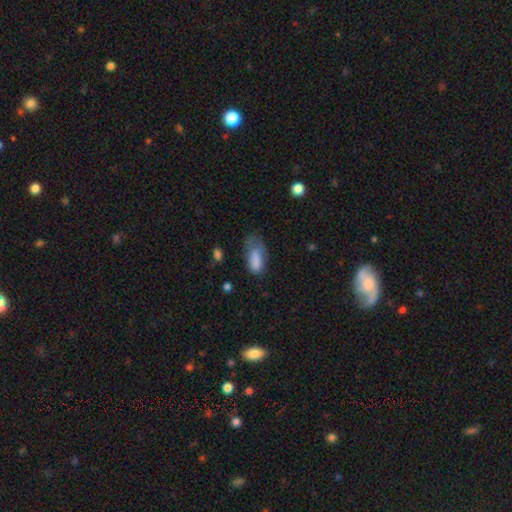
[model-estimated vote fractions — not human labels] smooth 74%, featured or disk 14%, star or artifact 11%. Down the decision tree: how rounded — in between (81%); merging — none (34%).